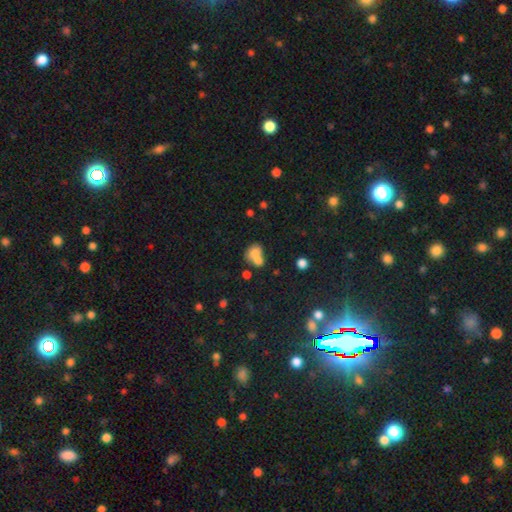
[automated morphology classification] Smooth or featured: smooth — 71% (featured or disk — 17%)
How rounded: in between — 53% (round — 46%)
Merging: merger — 61% (none — 24%)